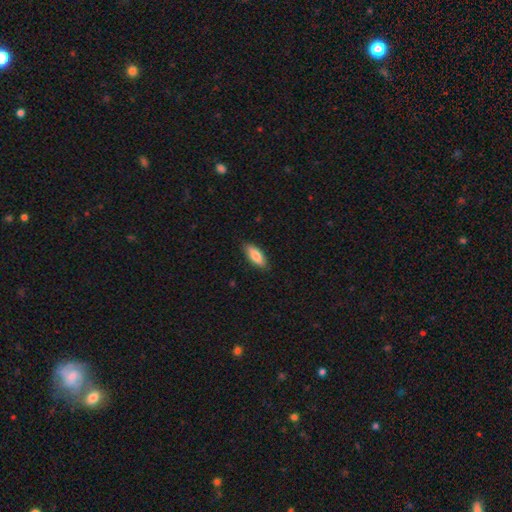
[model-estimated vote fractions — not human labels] The model was most divided on "how rounded": in between: 77%, cigar-shaped: 21%, round: 2%. More confident: merging — none (85%); smooth or featured — smooth (84%).